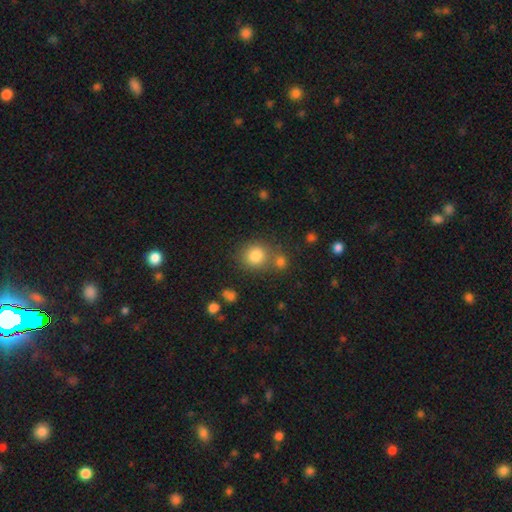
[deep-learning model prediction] smooth 83%, star or artifact 11%, featured or disk 7%. Down the decision tree: how rounded — round (83%); merging — none (66%).